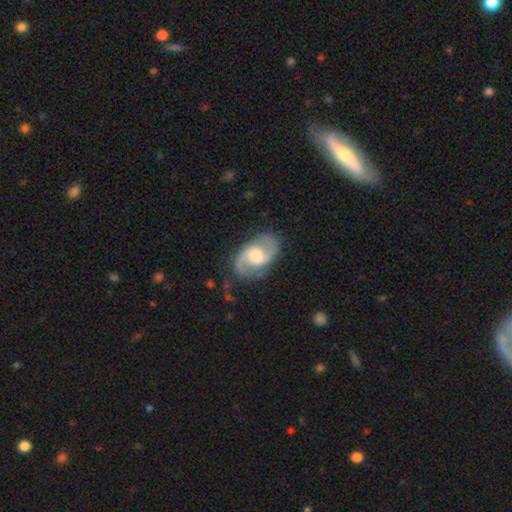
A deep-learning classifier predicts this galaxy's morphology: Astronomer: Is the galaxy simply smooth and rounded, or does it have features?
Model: featured or disk — 89%.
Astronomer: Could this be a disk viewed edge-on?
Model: no — 98%.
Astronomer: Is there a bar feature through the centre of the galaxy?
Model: weak — 45%, tied with no at 45%.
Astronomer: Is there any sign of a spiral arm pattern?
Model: yes — 97%.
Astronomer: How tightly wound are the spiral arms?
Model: medium — 56%.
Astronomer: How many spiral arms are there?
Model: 2 — 94%.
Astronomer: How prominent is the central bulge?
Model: moderate — 59%.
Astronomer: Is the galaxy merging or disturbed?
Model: none — 83%.